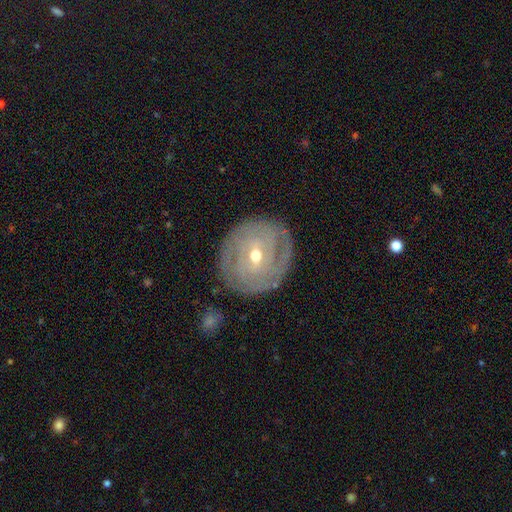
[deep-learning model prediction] Smooth or featured? featured or disk (81%)
Edge-on disk? no (96%)
Bar? weak (52%)
Spiral arms? yes (87%)
Spiral winding? tight (80%)
Spiral arm count? can't tell (41%)
Bulge size? moderate (57%)
Merging? none (84%)